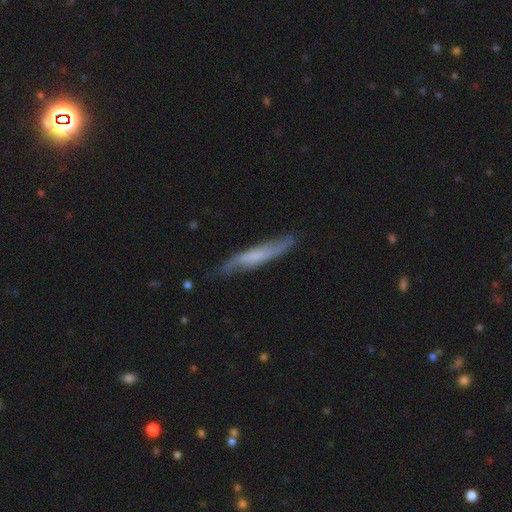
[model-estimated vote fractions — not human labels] This is possibly a featured or disk galaxy (56%). It is possibly viewed edge-on (59%). Merging: likely none (70%).